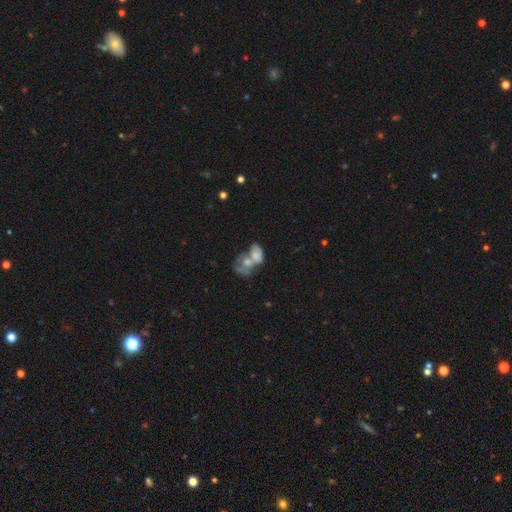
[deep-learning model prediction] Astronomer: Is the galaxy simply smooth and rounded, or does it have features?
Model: smooth — 55% (runner-up: featured or disk, 34%).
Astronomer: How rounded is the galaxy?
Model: in between — 80%.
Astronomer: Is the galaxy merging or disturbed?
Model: merger — 68%.